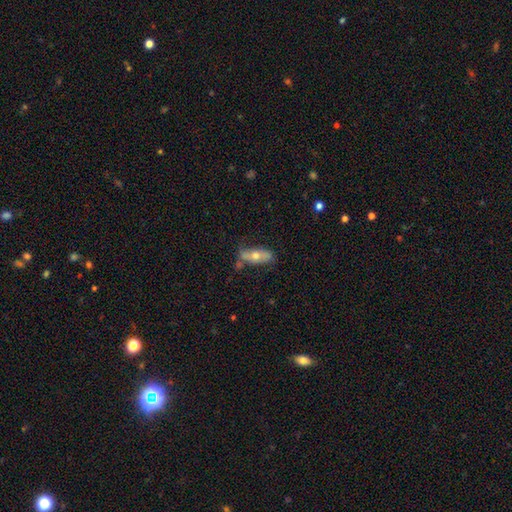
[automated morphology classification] This is possibly a smooth galaxy (51%). How rounded: likely in between (65%). Merging: possibly none (56%).